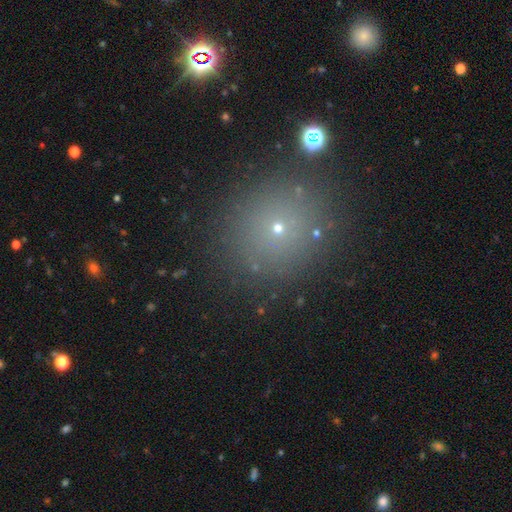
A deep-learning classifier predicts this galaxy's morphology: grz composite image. It shows a smooth galaxy with no disk features (59%) that is round (91%). Merging: none (87%).